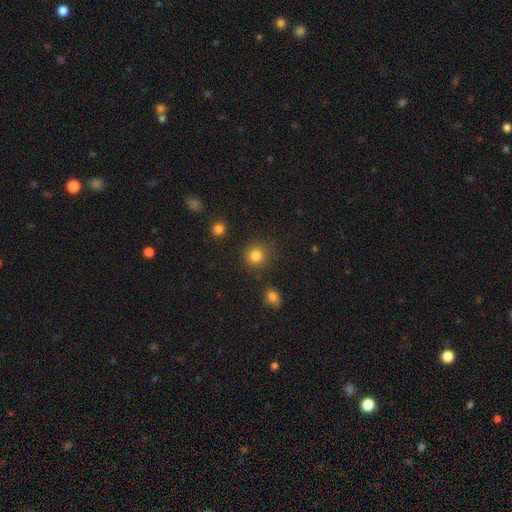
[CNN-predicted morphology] Smooth or featured?
  - smooth: 83% *
  - star or artifact: 12%
  - featured or disk: 5%
How rounded?
  - round: 90% *
  - in between: 9%
  - cigar-shaped: 1%
Merging?
  - none: 85% *
  - minor disturbance: 9%
  - merger: 3%
  - major disturbance: 3%